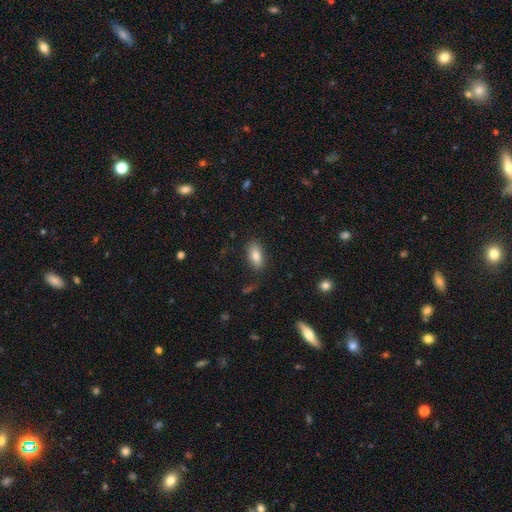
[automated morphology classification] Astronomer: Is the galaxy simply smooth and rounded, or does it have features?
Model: smooth — 82%.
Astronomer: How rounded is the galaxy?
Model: in between — 89%.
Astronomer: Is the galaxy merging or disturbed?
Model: none — 84%.